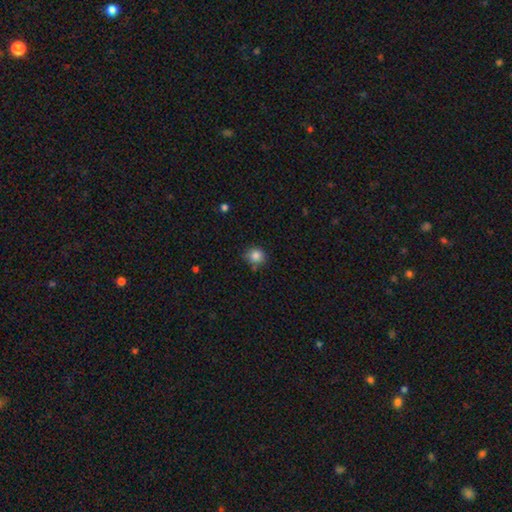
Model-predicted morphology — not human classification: This appears to be a smooth galaxy with no disk features (85%) that is round (83%). Merging: none (75%).